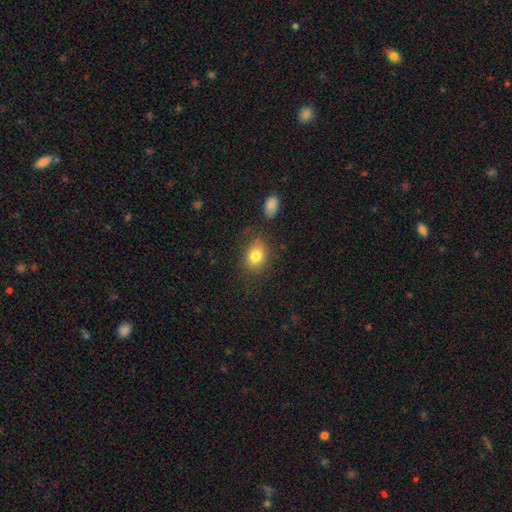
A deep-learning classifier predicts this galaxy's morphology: smooth-or-featured: smooth: 81% | star or artifact: 10% | featured or disk: 9%
  how-rounded: in between: 51% | round: 48% | cigar-shaped: 1%
  merging: none: 75% | minor disturbance: 16% | major disturbance: 6% | merger: 4%